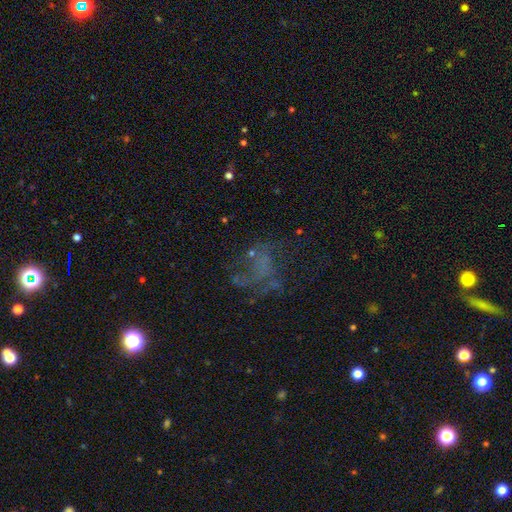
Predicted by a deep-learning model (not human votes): Q: Smooth or featured?
A: featured or disk (51%); runner-up: star or artifact (26%)
Q: Edge-on disk?
A: no (98%); runner-up: yes (2%)
Q: Merging?
A: none (44%); runner-up: major disturbance (36%)